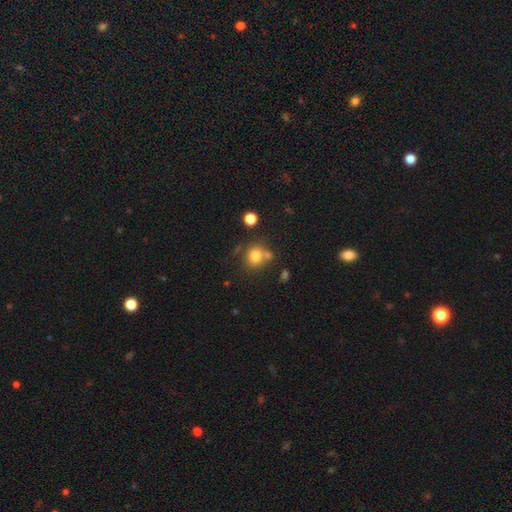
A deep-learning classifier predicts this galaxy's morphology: Overall: smooth (78%). How rounded: round (82%). Merging: none (62%).